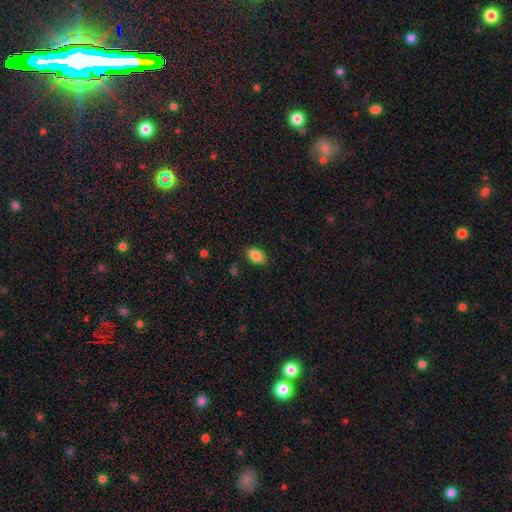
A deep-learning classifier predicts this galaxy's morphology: smooth 85%, star or artifact 8%, featured or disk 7%. Down the decision tree: how rounded — in between (88%); merging — none (85%).